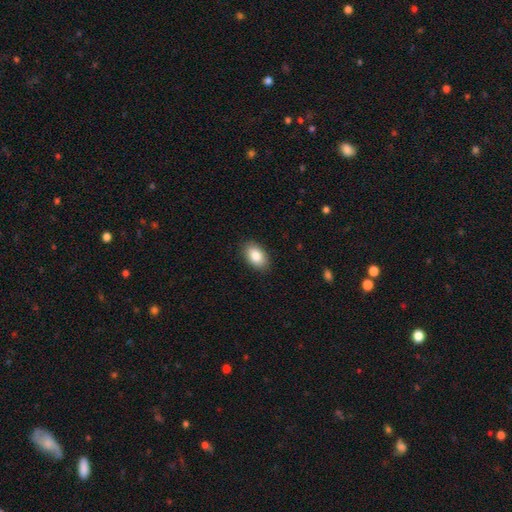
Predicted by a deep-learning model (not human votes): Overall: smooth (85%). How rounded: in between (92%). Merging: none (88%).